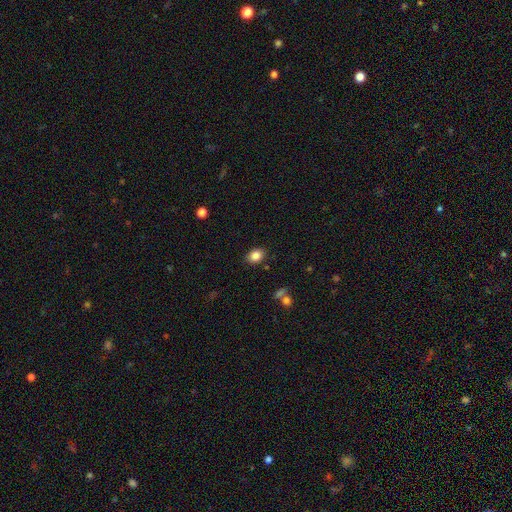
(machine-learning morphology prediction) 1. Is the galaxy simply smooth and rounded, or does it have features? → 85% smooth, 9% star or artifact, 6% featured or disk.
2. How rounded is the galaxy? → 72% in between, 26% round, 1% cigar-shaped.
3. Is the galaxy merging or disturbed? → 86% none, 10% minor disturbance, 3% major disturbance, 2% merger.